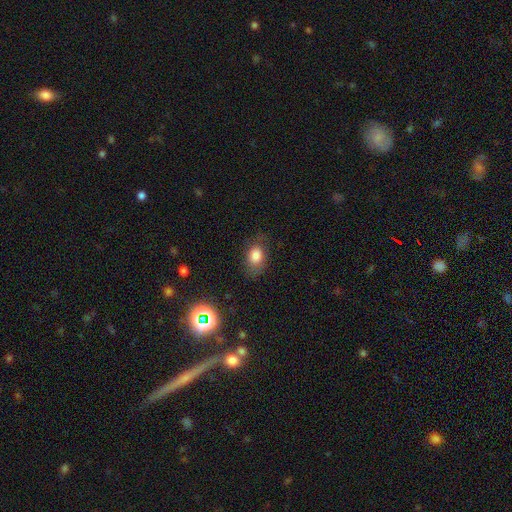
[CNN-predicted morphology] Smooth or featured? smooth (80%)
How rounded? in between (73%)
Merging? none (71%)